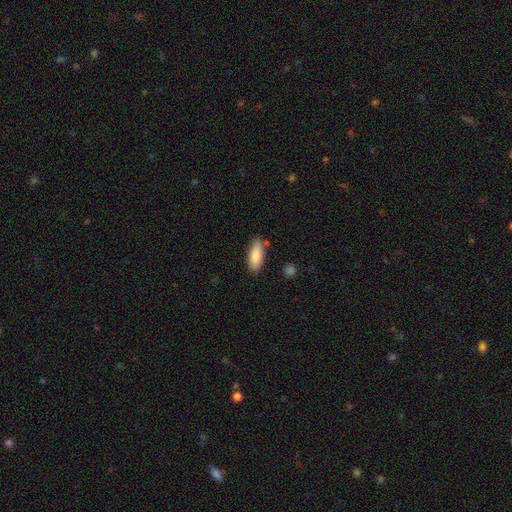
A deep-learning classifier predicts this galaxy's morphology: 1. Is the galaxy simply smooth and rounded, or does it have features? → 83% smooth, 10% featured or disk, 6% star or artifact.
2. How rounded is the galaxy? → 74% in between, 24% cigar-shaped, 2% round.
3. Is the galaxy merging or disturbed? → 79% none, 14% minor disturbance, 4% merger, 3% major disturbance.